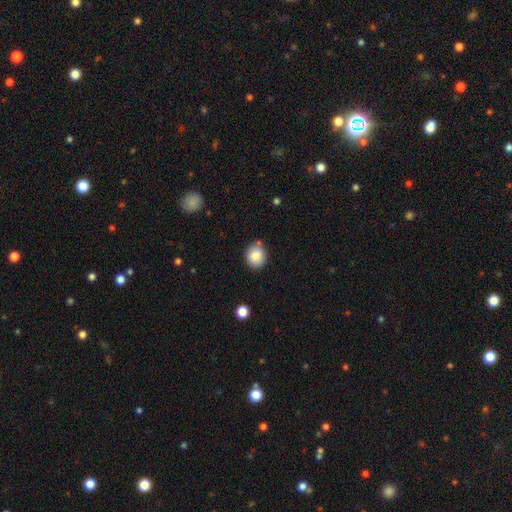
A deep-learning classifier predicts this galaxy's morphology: Smooth or featured? Predicted: smooth (p=0.85). How rounded? Predicted: round (p=0.74). Merging? Predicted: none (p=0.78).